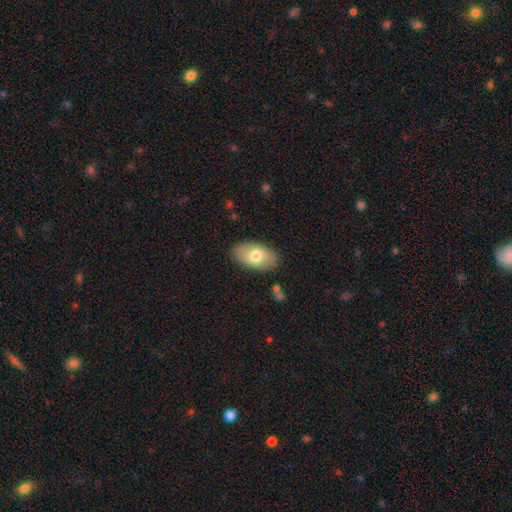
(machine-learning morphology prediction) This is likely a smooth galaxy (71%). How rounded: clearly in between (94%). Merging: clearly none (86%).